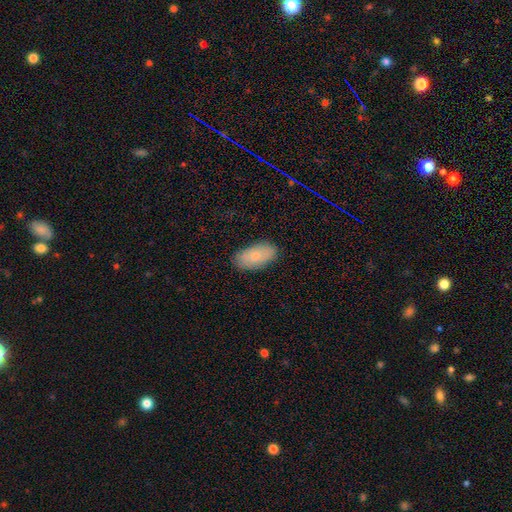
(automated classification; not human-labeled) smooth 82%, featured or disk 12%, star or artifact 6%. Down the decision tree: how rounded — in between (94%); merging — none (85%).